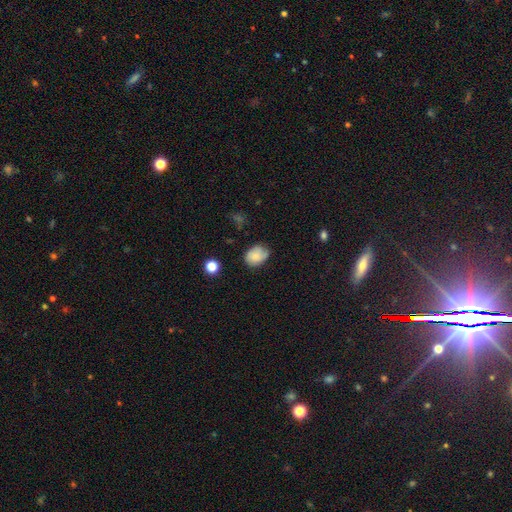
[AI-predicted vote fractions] This is likely a smooth galaxy (73%). How rounded: likely in between (61%). Merging: possibly none (59%).